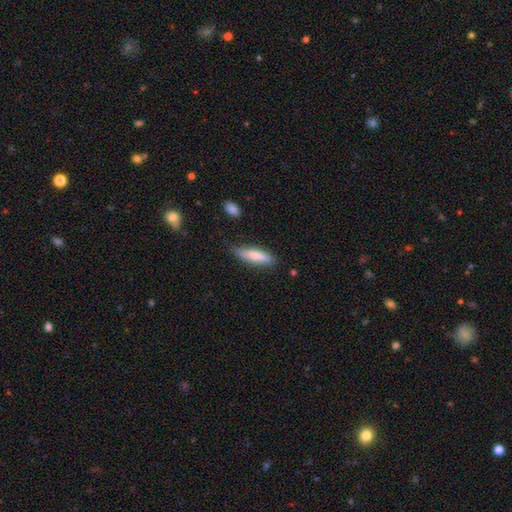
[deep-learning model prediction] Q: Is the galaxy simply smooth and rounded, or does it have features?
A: smooth — 79%.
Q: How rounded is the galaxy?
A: cigar-shaped — 65%.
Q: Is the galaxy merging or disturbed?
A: none — 69%.